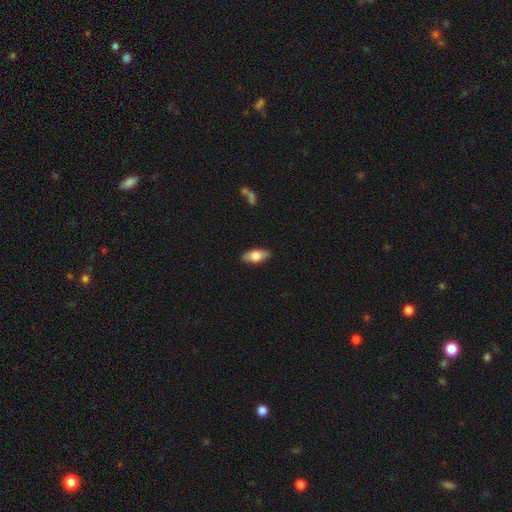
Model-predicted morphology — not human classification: This appears to be a smooth galaxy with no disk features (68%) that is in between round and cigar-shaped (84%). Merging: none (88%).